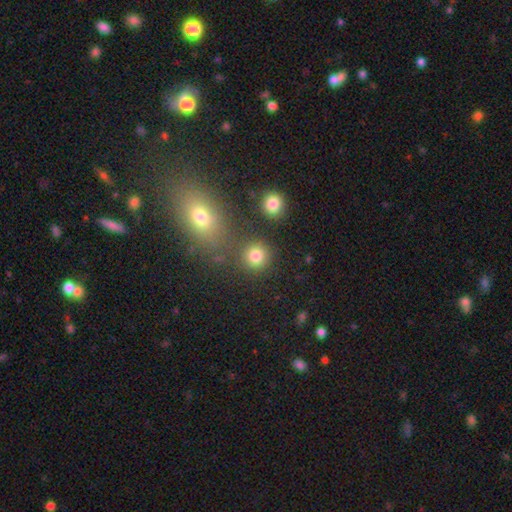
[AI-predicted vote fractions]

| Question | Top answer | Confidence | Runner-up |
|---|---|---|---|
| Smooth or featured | smooth | 80% | star or artifact (14%) |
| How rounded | round | 90% | in between (9%) |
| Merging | none | 81% | merger (8%) |